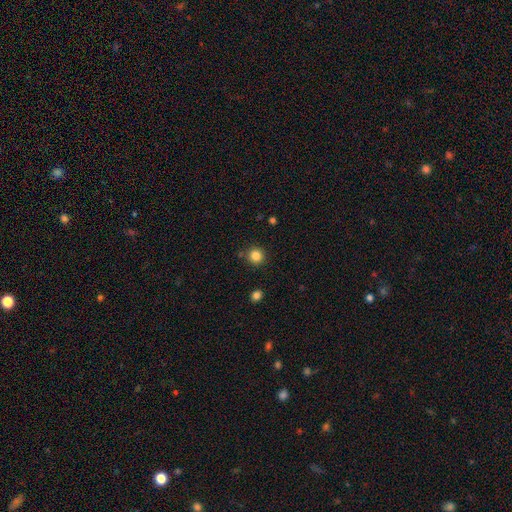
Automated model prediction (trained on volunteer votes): Morphology: type=smooth (84%); roundness=round (94%); merging=none (87%).